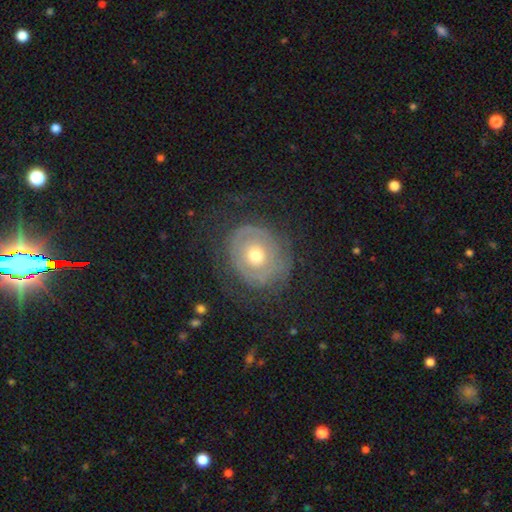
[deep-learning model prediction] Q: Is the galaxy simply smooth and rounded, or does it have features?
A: featured or disk — 65%.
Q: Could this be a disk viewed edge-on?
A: no — 96%.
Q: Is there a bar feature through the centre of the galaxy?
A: no — 87%.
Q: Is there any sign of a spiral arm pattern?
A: yes — 54%.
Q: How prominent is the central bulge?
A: moderate — 71%.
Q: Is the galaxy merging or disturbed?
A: none — 69%.